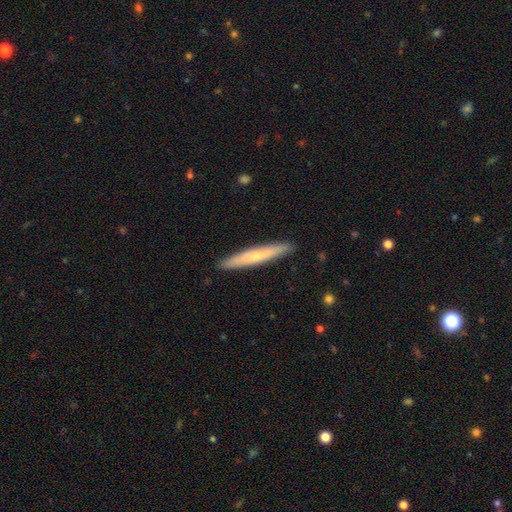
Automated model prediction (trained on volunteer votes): A smooth galaxy with no disk features (58%) that is cigar-shaped (95%).

Vote fractions:
- Smooth or featured? smooth: 58% / featured or disk: 37% / star or artifact: 5%
- How rounded? cigar-shaped: 95% / in between: 4% / round: 1%
- Merging? none: 92% / minor disturbance: 6% / major disturbance: 1% / merger: 1%